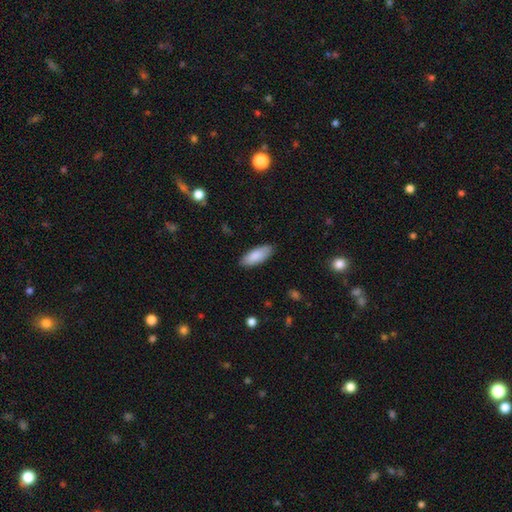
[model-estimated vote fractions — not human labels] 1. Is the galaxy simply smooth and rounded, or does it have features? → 87% smooth, 8% featured or disk, 5% star or artifact.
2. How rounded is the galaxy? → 79% in between, 20% cigar-shaped, 2% round.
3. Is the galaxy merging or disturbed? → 86% none, 11% minor disturbance, 2% major disturbance, 1% merger.